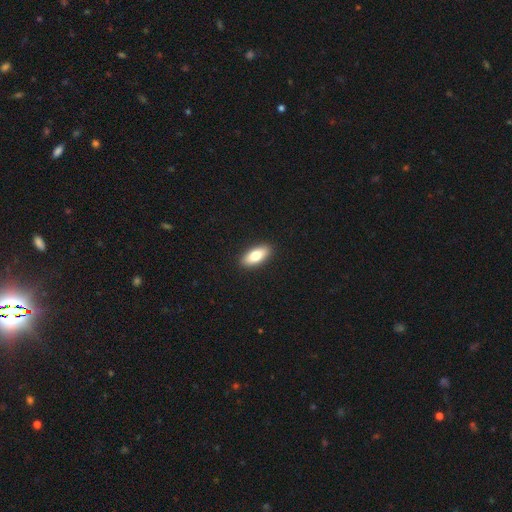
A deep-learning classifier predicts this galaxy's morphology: A smooth galaxy with no disk features (77%) that is in between round and cigar-shaped (83%).

Vote fractions:
- Smooth or featured? smooth: 77% / featured or disk: 16% / star or artifact: 6%
- How rounded? in between: 83% / cigar-shaped: 14% / round: 3%
- Merging? none: 91% / minor disturbance: 7% / major disturbance: 2% / merger: 1%